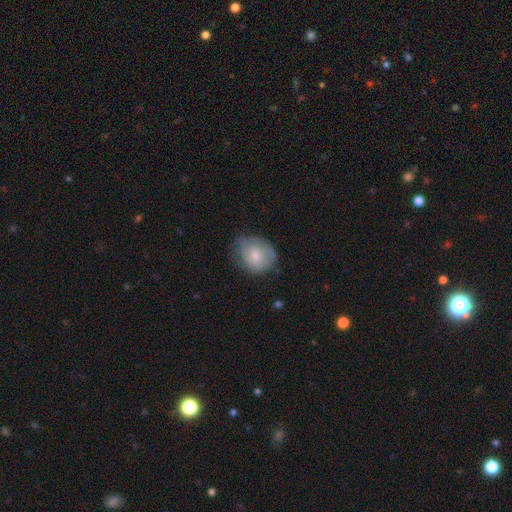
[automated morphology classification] smooth 65%, featured or disk 28%, star or artifact 7%. Down the decision tree: how rounded — round (63%); merging — none (58%).